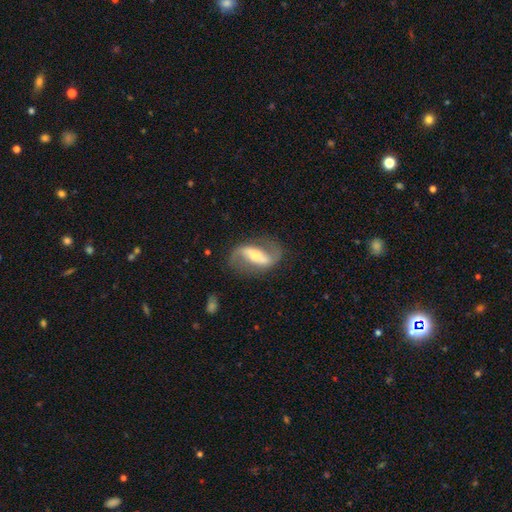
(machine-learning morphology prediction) Smooth or featured?
  - featured or disk: 83% *
  - smooth: 12%
  - star or artifact: 5%
Edge-on disk?
  - no: 92% *
  - yes: 8%
Bar?
  - strong: 61% *
  - weak: 24%
  - no: 14%
Spiral arms?
  - yes: 91% *
  - no: 9%
Spiral winding?
  - loose: 62% *
  - medium: 29%
  - tight: 9%
Spiral arm count?
  - 2: 91% *
  - 1: 3%
  - can't tell: 3%
  - 3: 1%
  - 4: 1%
  - more than 4: 1%
Bulge size?
  - moderate: 54% *
  - small: 33%
  - large: 9%
  - none: 3%
  - dominant: 2%
Merging?
  - none: 75% *
  - minor disturbance: 15%
  - major disturbance: 8%
  - merger: 2%